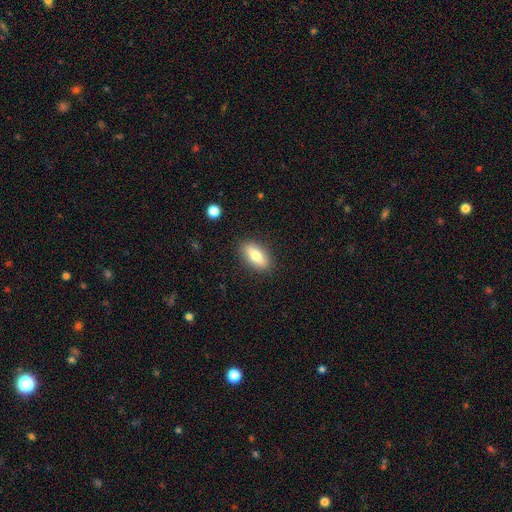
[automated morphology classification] smooth 75%, featured or disk 18%, star or artifact 7%. Down the decision tree: how rounded — in between (82%); merging — none (87%).